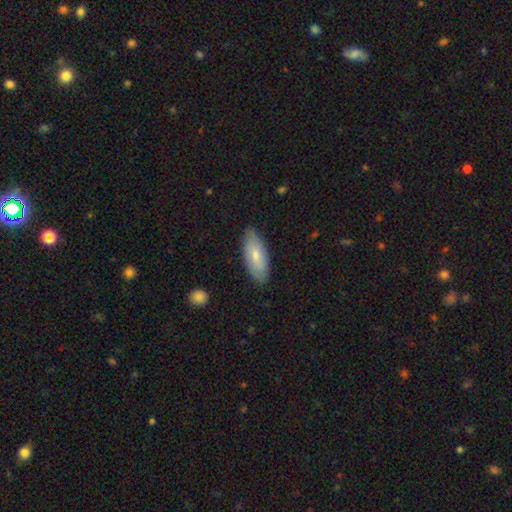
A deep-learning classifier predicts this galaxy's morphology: Smooth or featured?
  - smooth: 68% *
  - featured or disk: 26%
  - star or artifact: 6%
How rounded?
  - in between: 82% *
  - cigar-shaped: 16%
  - round: 2%
Merging?
  - none: 83% *
  - minor disturbance: 14%
  - major disturbance: 2%
  - merger: 1%